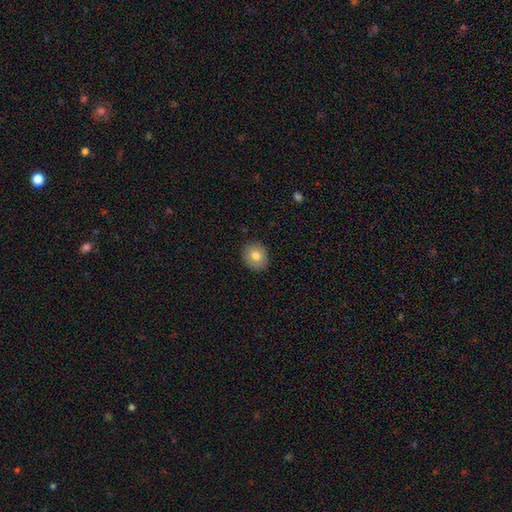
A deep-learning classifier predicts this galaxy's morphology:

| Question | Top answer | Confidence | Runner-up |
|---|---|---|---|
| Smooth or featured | smooth | 76% | featured or disk (15%) |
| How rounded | round | 67% | in between (32%) |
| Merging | none | 89% | minor disturbance (8%) |